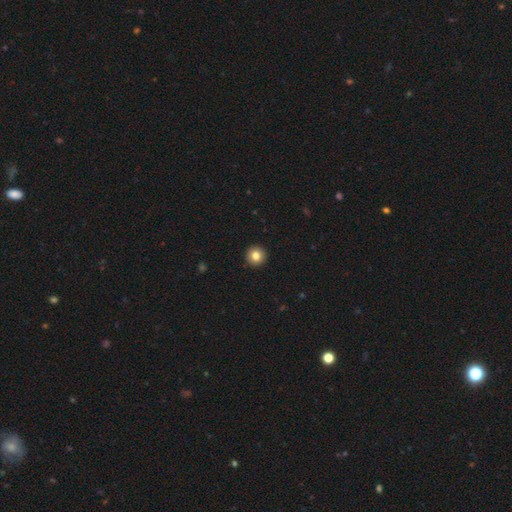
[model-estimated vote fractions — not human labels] Overall: smooth (82%). How rounded: round (96%). Merging: none (94%).